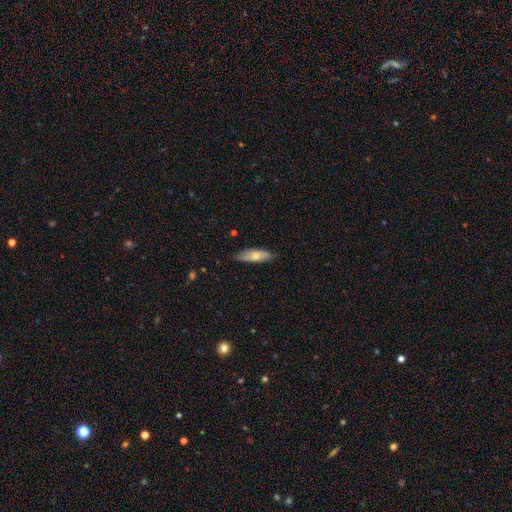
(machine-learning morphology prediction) Smooth or featured?
  - smooth: 68% *
  - featured or disk: 26%
  - star or artifact: 6%
How rounded?
  - in between: 52% *
  - cigar-shaped: 45%
  - round: 2%
Merging?
  - none: 78% *
  - minor disturbance: 19%
  - major disturbance: 3%
  - merger: 1%